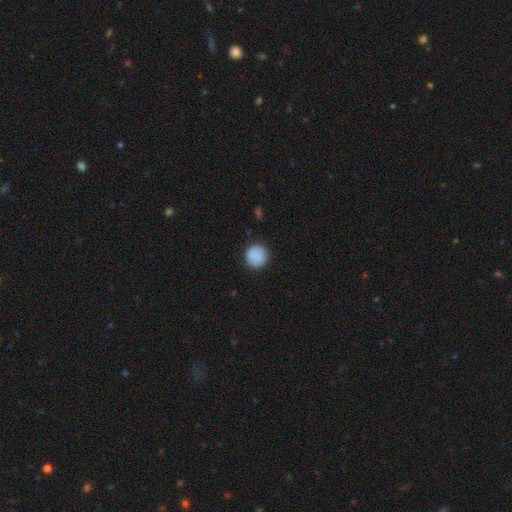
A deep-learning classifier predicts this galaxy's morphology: Smooth or featured? Predicted: smooth (p=0.89). How rounded? Predicted: round (p=0.94). Merging? Predicted: none (p=0.90).